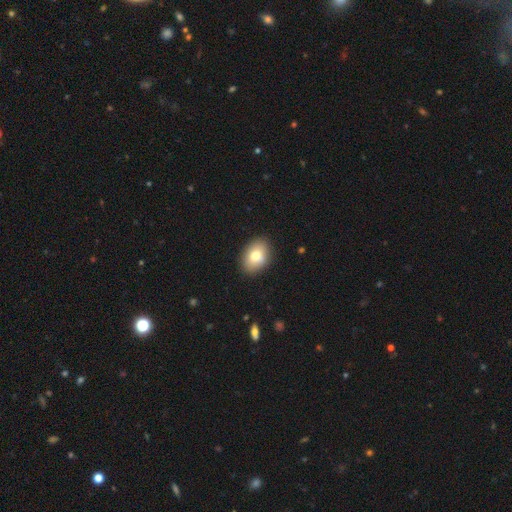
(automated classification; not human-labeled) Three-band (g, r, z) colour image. It shows a smooth galaxy with no disk features (79%) that is in between round and cigar-shaped (80%). Merging: none (88%).